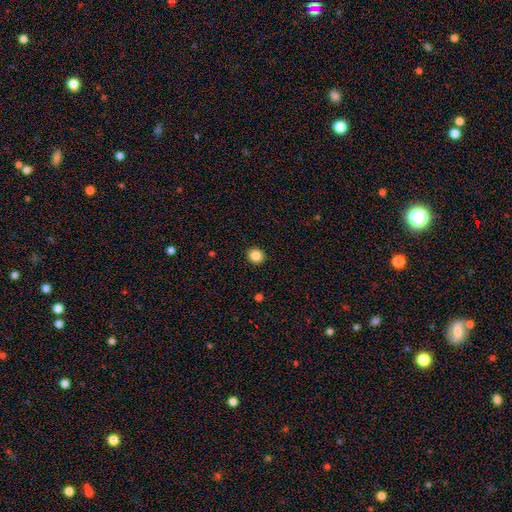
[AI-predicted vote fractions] This appears to be a smooth galaxy with no disk features (86%) that is round (85%). Merging: none (92%).